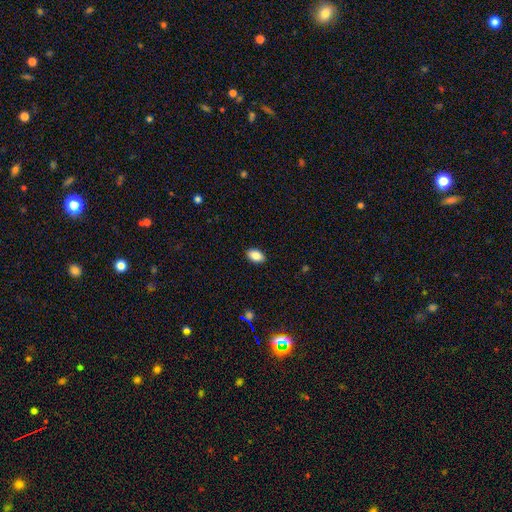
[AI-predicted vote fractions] Q: Smooth or featured?
A: smooth (87%); runner-up: star or artifact (8%)
Q: How rounded?
A: in between (91%); runner-up: round (7%)
Q: Merging?
A: none (90%); runner-up: minor disturbance (8%)